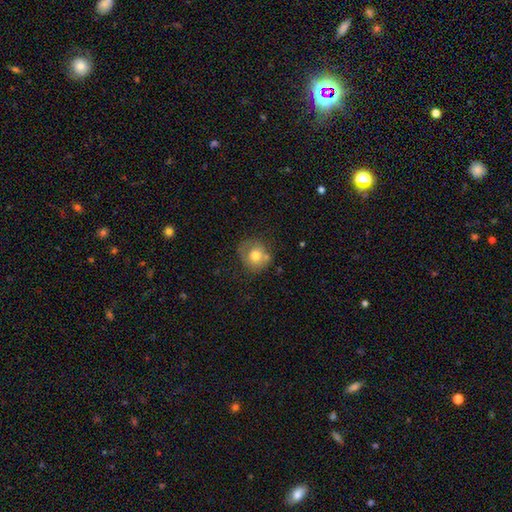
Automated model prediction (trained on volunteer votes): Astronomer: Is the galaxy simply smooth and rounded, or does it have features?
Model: smooth — 70%.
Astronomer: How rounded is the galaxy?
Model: round — 85%.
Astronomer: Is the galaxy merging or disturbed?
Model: none — 60%.